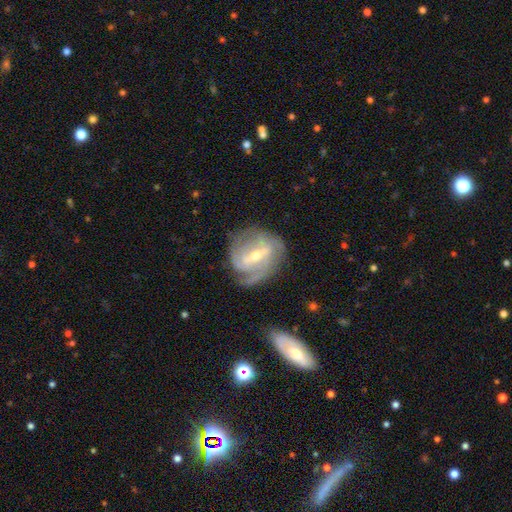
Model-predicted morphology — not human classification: Smooth or featured?
  - featured or disk: 84% *
  - smooth: 10%
  - star or artifact: 6%
Edge-on disk?
  - no: 95% *
  - yes: 5%
Bar?
  - strong: 47% *
  - weak: 41%
  - no: 12%
Spiral arms?
  - yes: 93% *
  - no: 7%
Spiral winding?
  - tight: 46% *
  - medium: 39%
  - loose: 15%
Spiral arm count?
  - 2: 37% *
  - can't tell: 24%
  - 3: 22%
  - 1: 8%
  - 4: 6%
  - more than 4: 3%
Bulge size?
  - moderate: 51% *
  - small: 45%
  - large: 2%
  - none: 1%
  - dominant: 1%
Merging?
  - none: 63% *
  - minor disturbance: 22%
  - major disturbance: 13%
  - merger: 3%